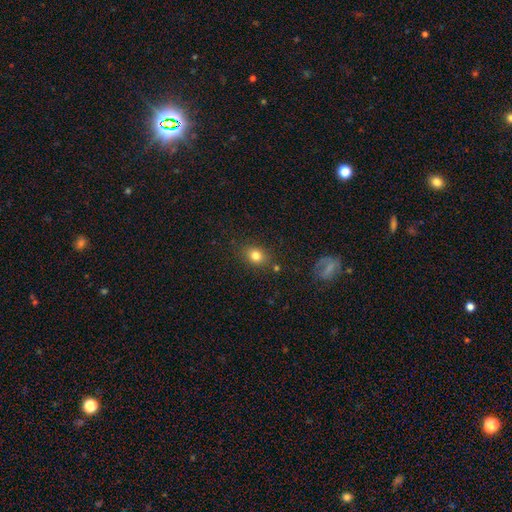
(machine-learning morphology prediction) Smooth or featured? smooth (80%)
How rounded? round (56%)
Merging? none (81%)